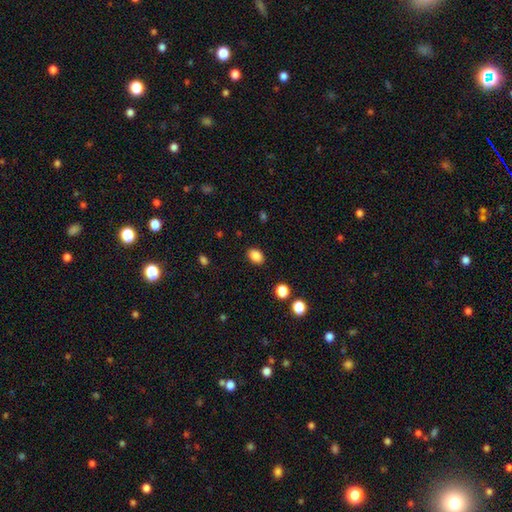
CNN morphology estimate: Smooth or featured? smooth (87%)
How rounded? in between (78%)
Merging? none (87%)